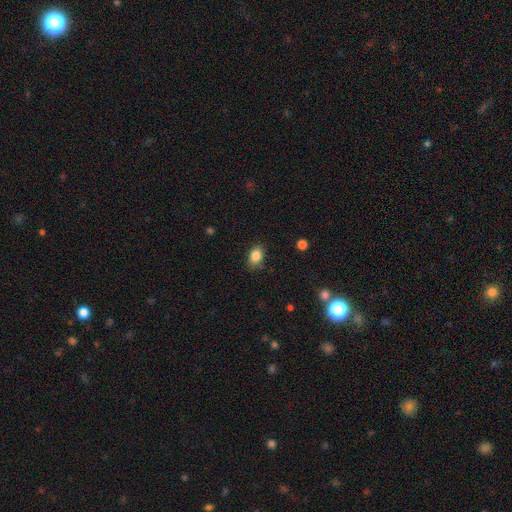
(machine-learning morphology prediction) Smooth or featured? Predicted: smooth (p=0.86). How rounded? Predicted: in between (p=0.76). Merging? Predicted: none (p=0.84).